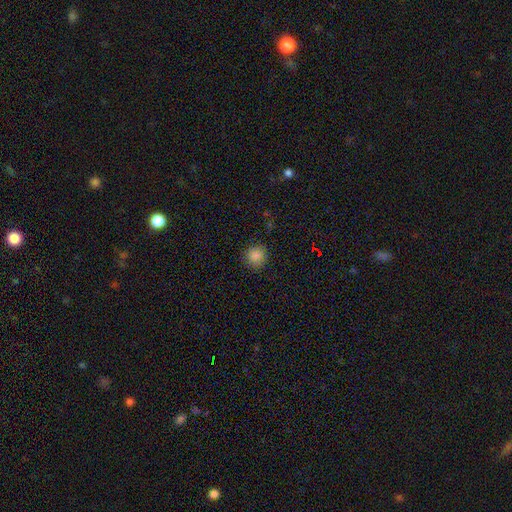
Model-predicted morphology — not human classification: A smooth galaxy with no disk features (85%) that is round (93%). Merging: none (89%).